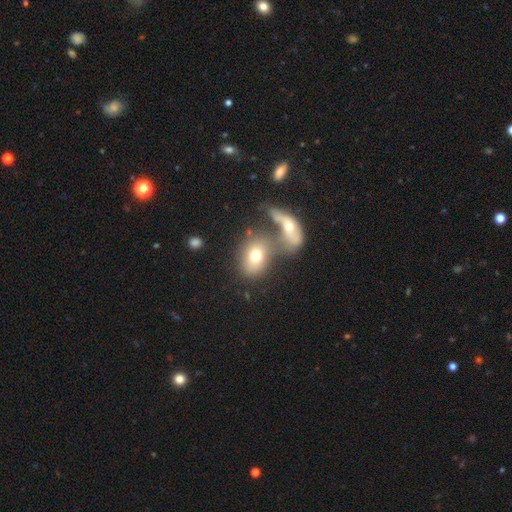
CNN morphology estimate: Smooth or featured? Predicted: smooth (p=0.69). How rounded? Predicted: in between (p=0.68). Merging? Predicted: merger (p=0.47).